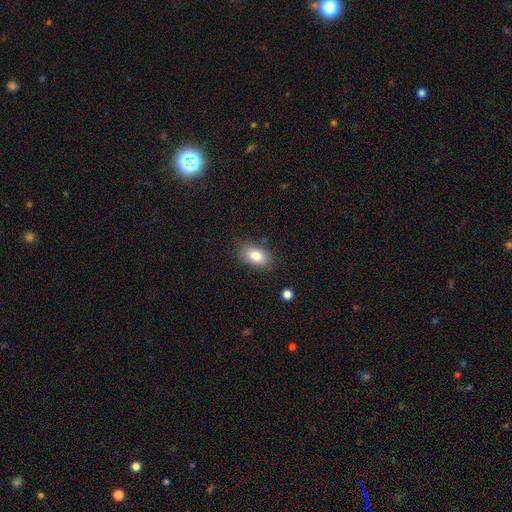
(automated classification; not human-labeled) Overall: smooth (82%). How rounded: in between (88%). Merging: none (84%).